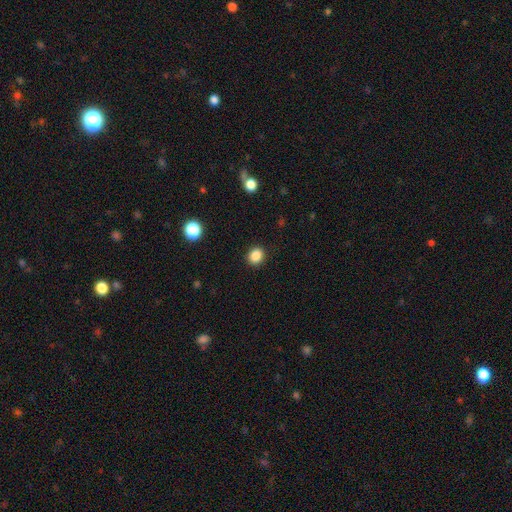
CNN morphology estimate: Q: Smooth or featured?
A: smooth (87%); runner-up: star or artifact (10%)
Q: How rounded?
A: round (72%); runner-up: in between (27%)
Q: Merging?
A: none (91%); runner-up: minor disturbance (6%)